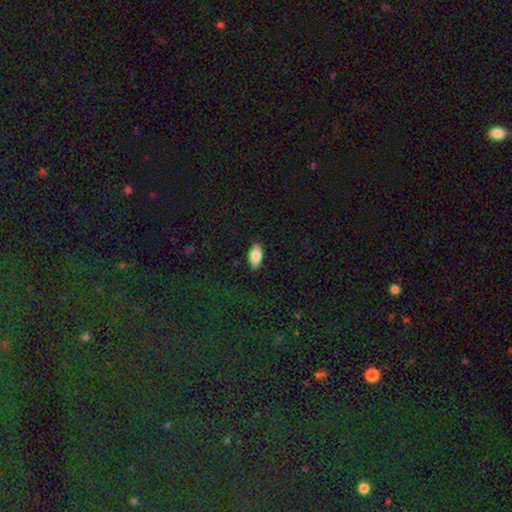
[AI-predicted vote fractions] Q: Smooth or featured?
A: smooth (82%); runner-up: featured or disk (11%)
Q: How rounded?
A: in between (89%); runner-up: cigar-shaped (9%)
Q: Merging?
A: none (88%); runner-up: minor disturbance (9%)